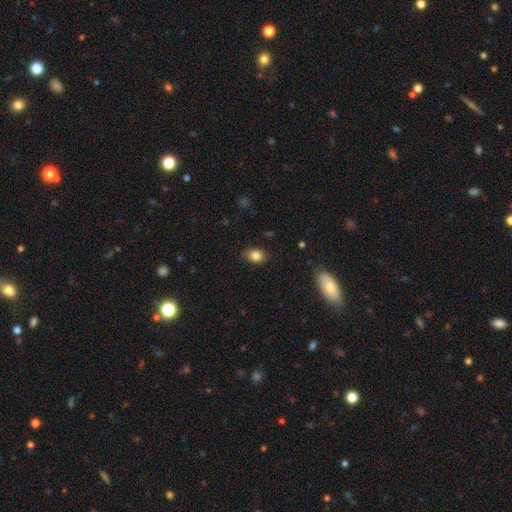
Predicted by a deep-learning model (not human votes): The model was most divided on "how rounded": in between: 73%, round: 25%, cigar-shaped: 2%. More confident: smooth or featured — smooth (85%); merging — none (80%).